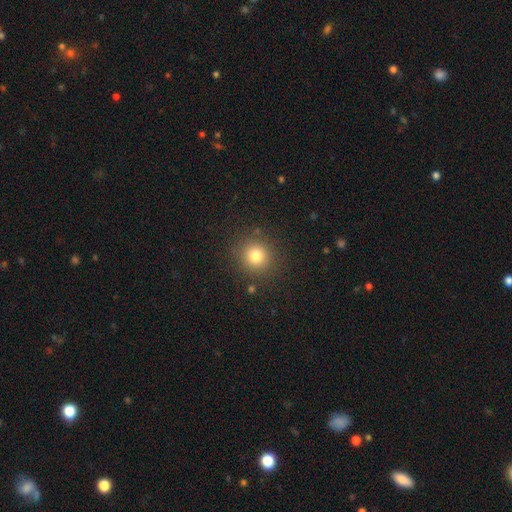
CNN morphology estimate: smooth-or-featured: smooth: 78% | star or artifact: 14% | featured or disk: 7%
  how-rounded: round: 91% | in between: 8% | cigar-shaped: 1%
  merging: none: 88% | minor disturbance: 7% | major disturbance: 3% | merger: 2%